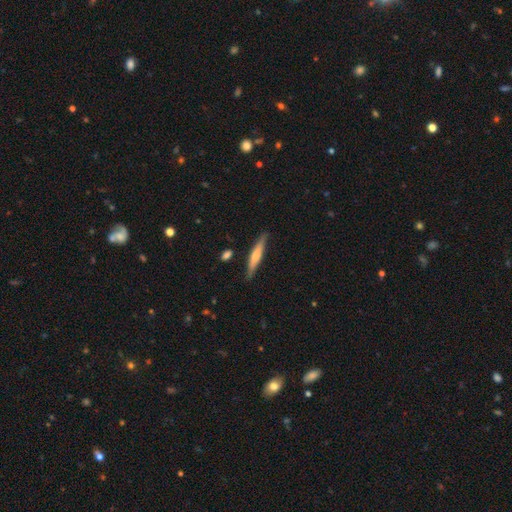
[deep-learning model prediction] Smooth or featured: smooth — 49% (featured or disk — 46%)
Merging: none — 85% (minor disturbance — 11%)